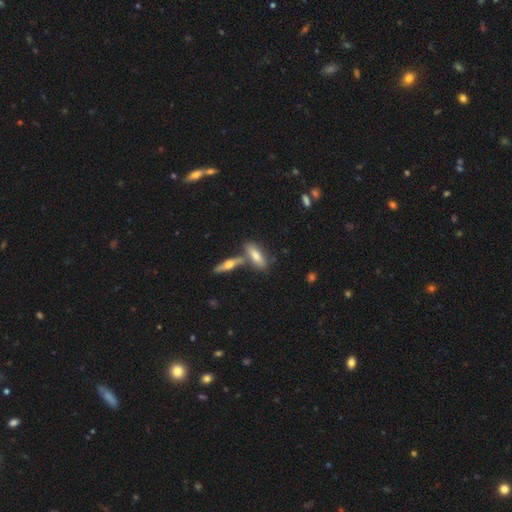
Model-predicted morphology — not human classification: Smooth or featured? Predicted: smooth (p=0.67). How rounded? Predicted: in between (p=0.64). Merging? Predicted: none (p=0.52).